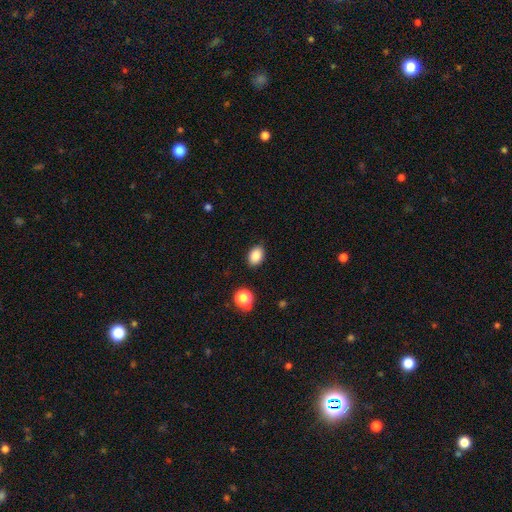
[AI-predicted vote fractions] A smooth galaxy with no disk features (86%) that is in between round and cigar-shaped (78%).

Vote fractions:
- Smooth or featured? smooth: 86% / star or artifact: 9% / featured or disk: 4%
- How rounded? in between: 78% / round: 21% / cigar-shaped: 1%
- Merging? none: 84% / minor disturbance: 12% / major disturbance: 3% / merger: 2%